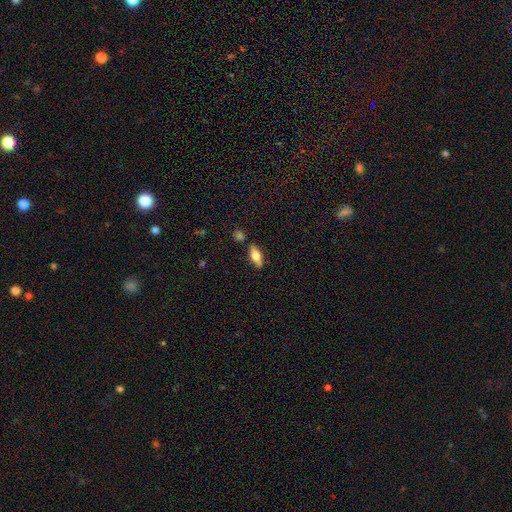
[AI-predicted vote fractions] This is possibly a smooth galaxy (56%). How rounded: likely in between (71%). Merging: clearly none (80%).